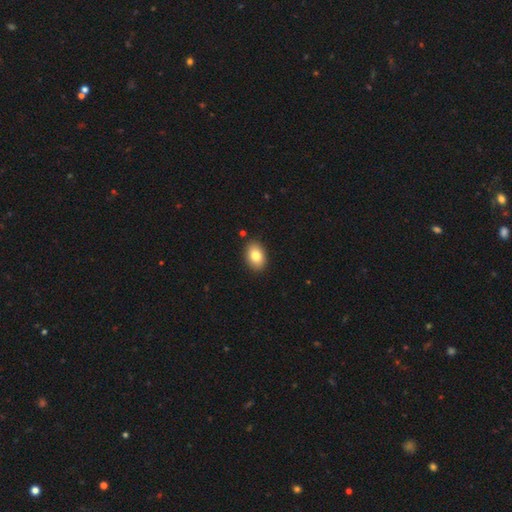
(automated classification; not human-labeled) Smooth or featured?
  - smooth: 83% *
  - featured or disk: 10%
  - star or artifact: 8%
How rounded?
  - in between: 86% *
  - round: 13%
  - cigar-shaped: 1%
Merging?
  - none: 89% *
  - minor disturbance: 8%
  - major disturbance: 2%
  - merger: 2%